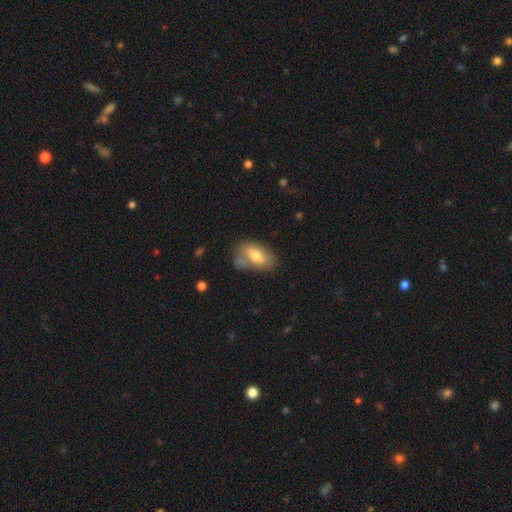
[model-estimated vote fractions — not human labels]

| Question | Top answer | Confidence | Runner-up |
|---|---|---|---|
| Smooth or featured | smooth | 70% | featured or disk (23%) |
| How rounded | in between | 90% | round (7%) |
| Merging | none | 56% | minor disturbance (23%) |